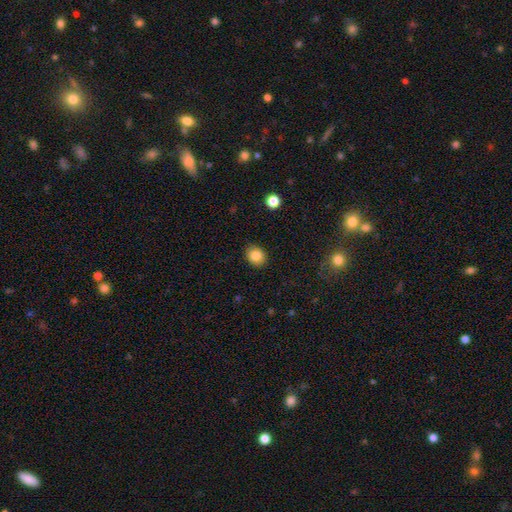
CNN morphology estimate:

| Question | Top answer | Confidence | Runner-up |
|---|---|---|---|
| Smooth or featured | smooth | 84% | star or artifact (10%) |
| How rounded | round | 62% | in between (37%) |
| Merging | none | 89% | minor disturbance (8%) |